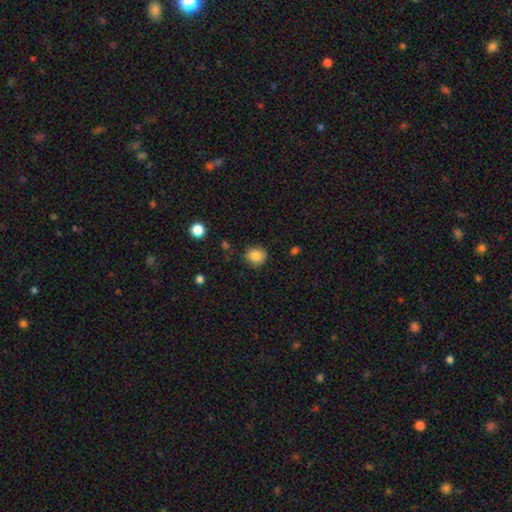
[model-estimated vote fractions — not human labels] Smooth or featured? Predicted: smooth (p=0.84). How rounded? Predicted: round (p=0.81). Merging? Predicted: none (p=0.83).